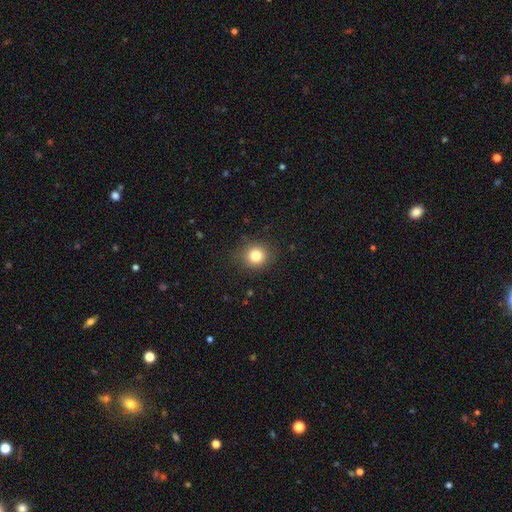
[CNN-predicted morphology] Smooth or featured: smooth — 81% (star or artifact — 12%)
How rounded: round — 86% (in between — 13%)
Merging: none — 87% (minor disturbance — 9%)